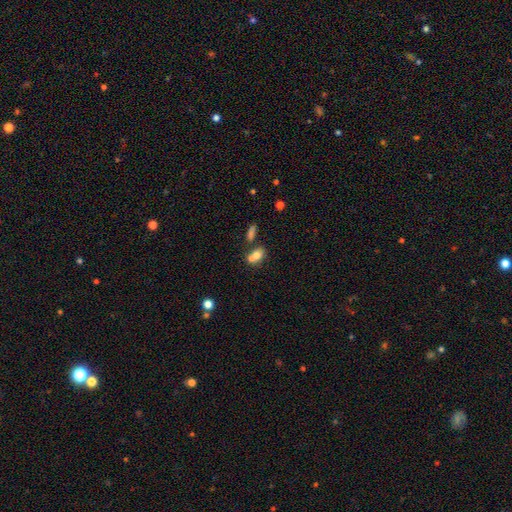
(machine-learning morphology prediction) Q: Smooth or featured?
A: smooth (72%); runner-up: featured or disk (16%)
Q: How rounded?
A: in between (55%); runner-up: round (42%)
Q: Merging?
A: merger (56%); runner-up: none (32%)